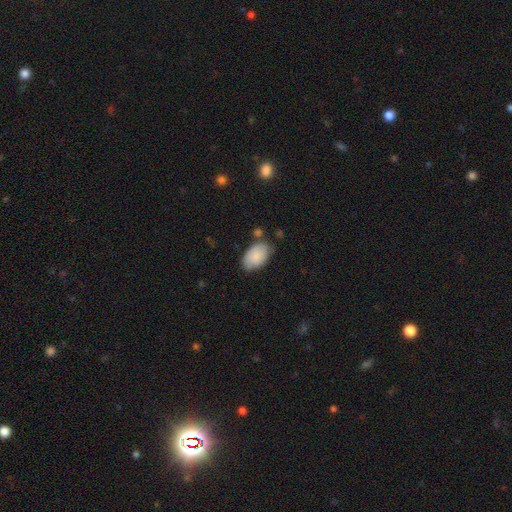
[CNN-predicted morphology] The model was most divided on "merging": none: 66%, minor disturbance: 23%, merger: 6%, major disturbance: 5%. More confident: how rounded — in between (93%); smooth or featured — smooth (84%).